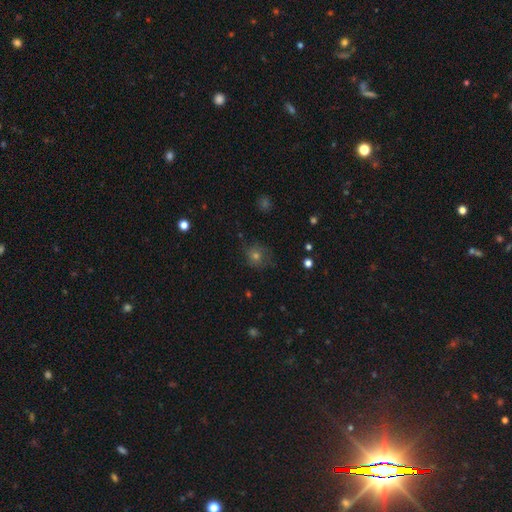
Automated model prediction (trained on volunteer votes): Morphology: type=smooth (53%); roundness=round (84%); merging=none (73%).